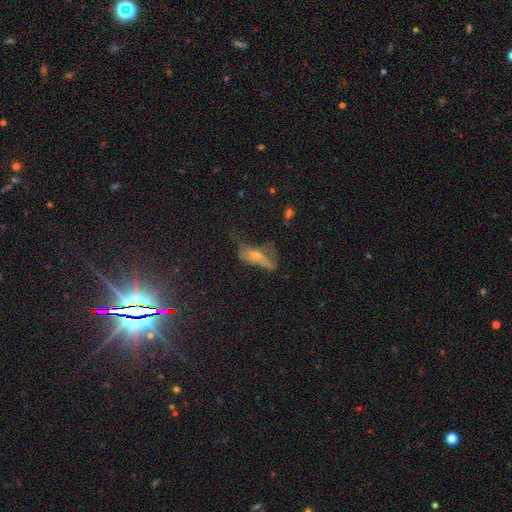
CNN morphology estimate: Q: Smooth or featured?
A: featured or disk (41%); runner-up: smooth (37%)
Q: Merging?
A: major disturbance (40%); runner-up: none (31%)